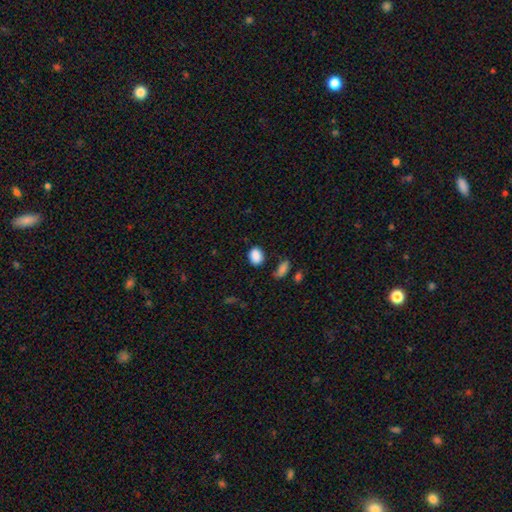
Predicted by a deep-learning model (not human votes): The model was most divided on "how rounded": in between: 65%, round: 34%, cigar-shaped: 1%. More confident: smooth or featured — smooth (88%); merging — none (76%).